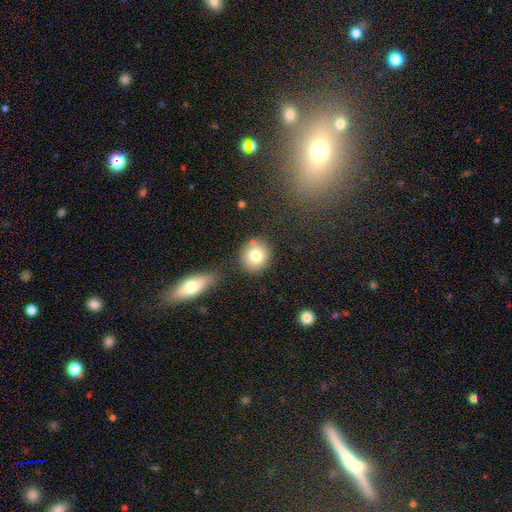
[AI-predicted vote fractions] smooth_or_featured: smooth (p=0.79) [alt: featured or disk p=0.12]
how_rounded: round (p=0.86) [alt: in between p=0.13]
merging: none (p=0.78) [alt: minor disturbance p=0.11]